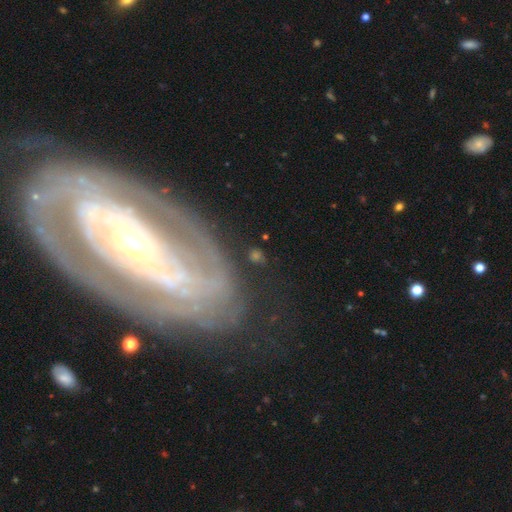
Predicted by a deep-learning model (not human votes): smooth_or_featured: featured or disk (p=0.55) [alt: smooth p=0.27]
disk_edge_on: no (p=0.89) [alt: yes p=0.11]
merging: none (p=0.71) [alt: minor disturbance p=0.15]